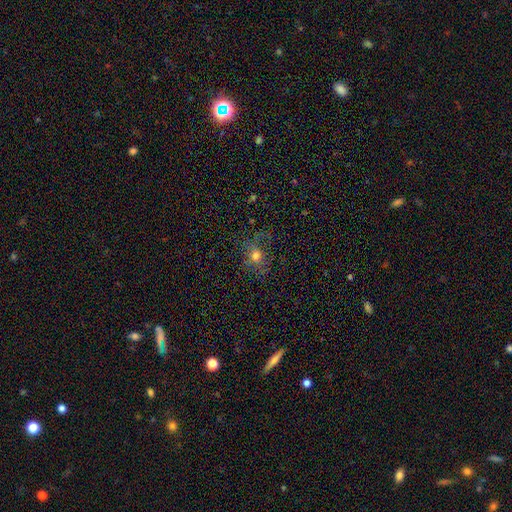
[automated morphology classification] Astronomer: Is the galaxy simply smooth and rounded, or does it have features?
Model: smooth — 56%.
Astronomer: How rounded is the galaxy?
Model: round — 63%.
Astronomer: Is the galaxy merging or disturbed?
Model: none — 62%.